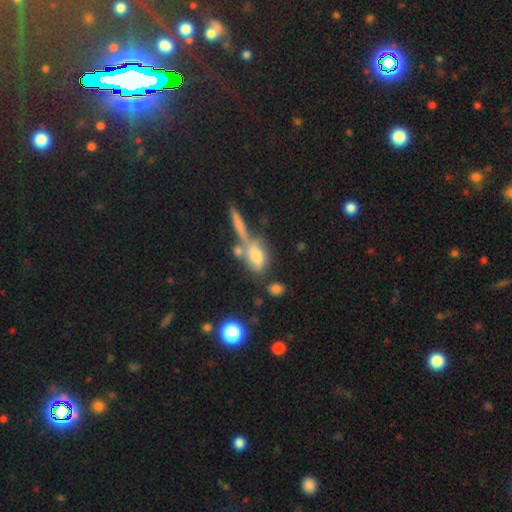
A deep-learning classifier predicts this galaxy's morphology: Overall: smooth (61%; featured or disk 27%). How rounded: in between (70%). Merging: none (40%; merger 35%).